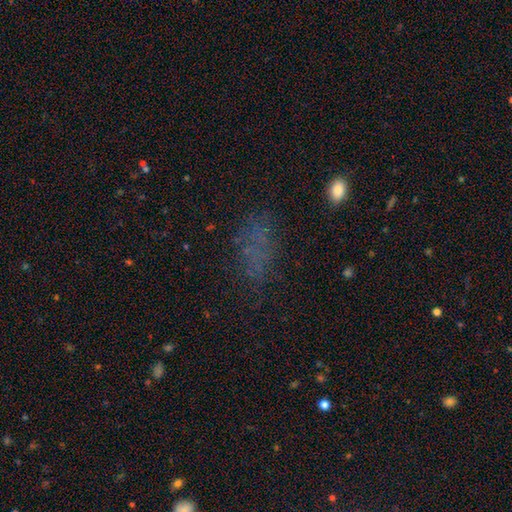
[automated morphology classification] A smooth galaxy with no disk features (54%) that is in between round and cigar-shaped (82%). Merging: none (66%).